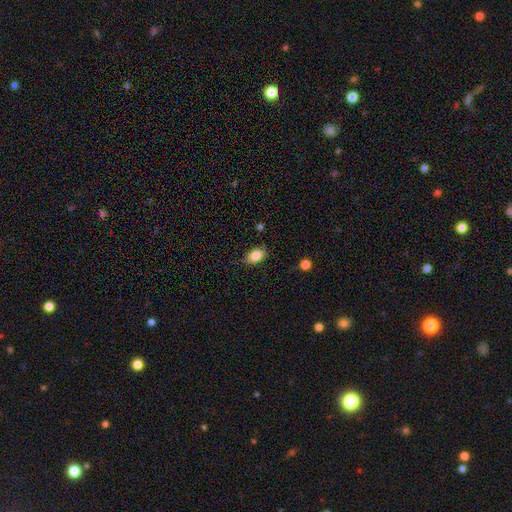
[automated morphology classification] Smooth or featured: smooth — 85% (star or artifact — 8%)
How rounded: in between — 88% (round — 9%)
Merging: none — 79% (minor disturbance — 17%)